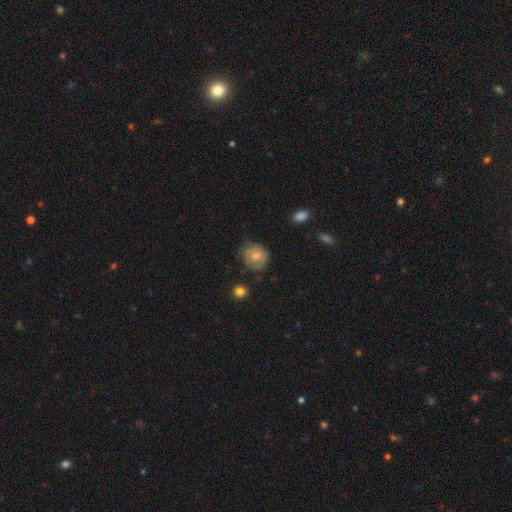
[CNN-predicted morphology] smooth 63%, featured or disk 29%, star or artifact 8%. Down the decision tree: how rounded — round (81%); merging — none (59%).